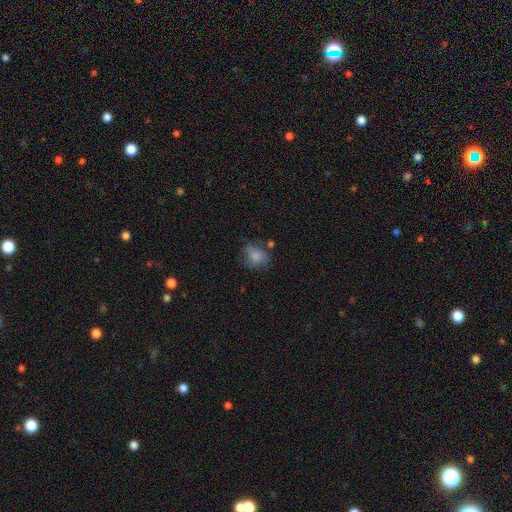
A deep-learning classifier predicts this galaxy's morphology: smooth_or_featured: smooth (p=0.77) [alt: featured or disk p=0.13]
how_rounded: in between (p=0.50) [alt: round p=0.49]
merging: none (p=0.55) [alt: minor disturbance p=0.26]